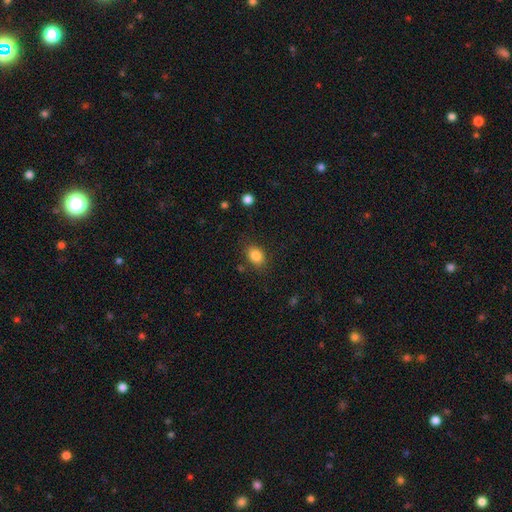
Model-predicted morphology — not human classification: smooth_or_featured: smooth (p=0.84) [alt: star or artifact p=0.10]
how_rounded: in between (p=0.67) [alt: round p=0.31]
merging: none (p=0.82) [alt: minor disturbance p=0.12]